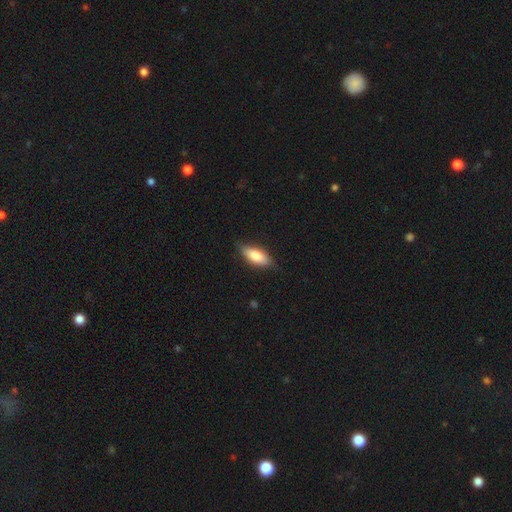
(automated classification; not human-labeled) Smooth or featured? Predicted: smooth (p=0.78). How rounded? Predicted: in between (p=0.79). Merging? Predicted: none (p=0.79).